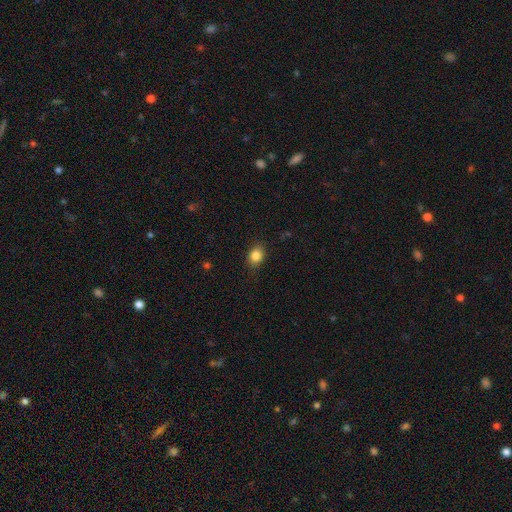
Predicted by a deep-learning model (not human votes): Q: Smooth or featured?
A: smooth (84%); runner-up: star or artifact (10%)
Q: How rounded?
A: in between (51%); runner-up: round (48%)
Q: Merging?
A: none (83%); runner-up: minor disturbance (13%)